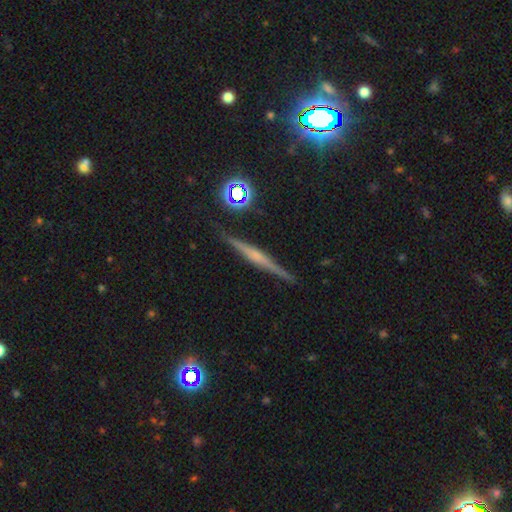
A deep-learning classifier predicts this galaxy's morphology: Smooth or featured? Predicted: featured or disk (p=0.66). Edge-on disk? Predicted: yes (p=0.97). Edge-on bulge? Predicted: rounded (p=0.53). Merging? Predicted: none (p=0.89).